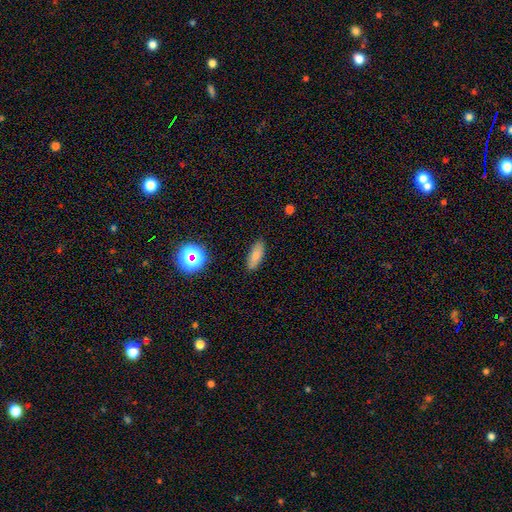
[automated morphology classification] Q: Smooth or featured?
A: smooth (80%); runner-up: star or artifact (11%)
Q: How rounded?
A: in between (68%); runner-up: cigar-shaped (29%)
Q: Merging?
A: none (84%); runner-up: minor disturbance (11%)